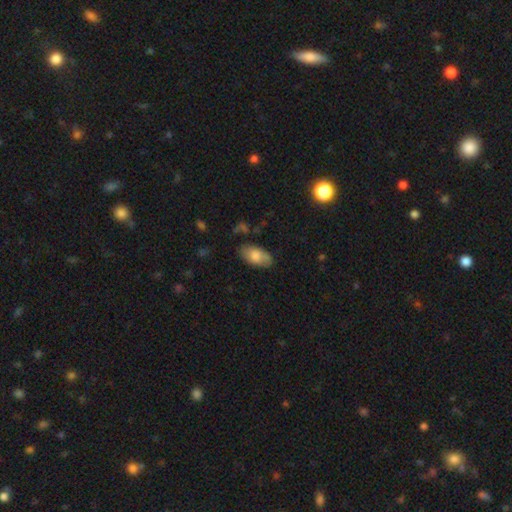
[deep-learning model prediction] Smooth or featured: smooth — 77% (featured or disk — 16%)
How rounded: in between — 94% (round — 3%)
Merging: none — 75% (minor disturbance — 19%)